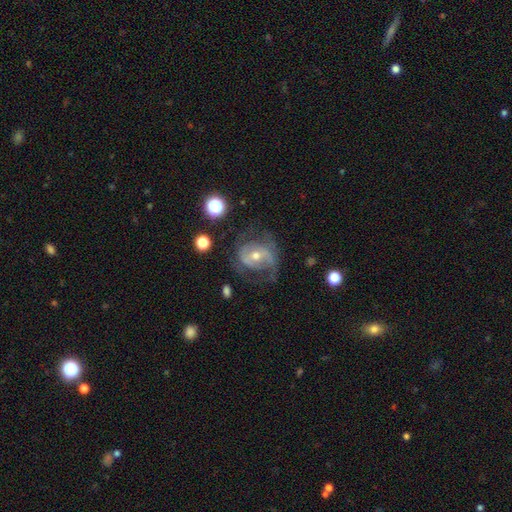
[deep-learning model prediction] smooth-or-featured: featured or disk: 76% | smooth: 16% | star or artifact: 8%
  disk-edge-on: no: 96% | yes: 4%
    bar: no: 42% | weak: 38% | strong: 20%
    has-spiral-arms: yes: 82% | no: 18%
      spiral-winding: medium: 45% | tight: 30% | loose: 25%
      spiral-arm-count: 2: 65% | can't tell: 19% | 1: 8% | 3: 5% | 4: 2% | more than 4: 2%
    bulge-size: moderate: 57% | small: 39% | large: 2% | none: 1% | dominant: 1%
  merging: none: 55% | minor disturbance: 22% | major disturbance: 21% | merger: 2%